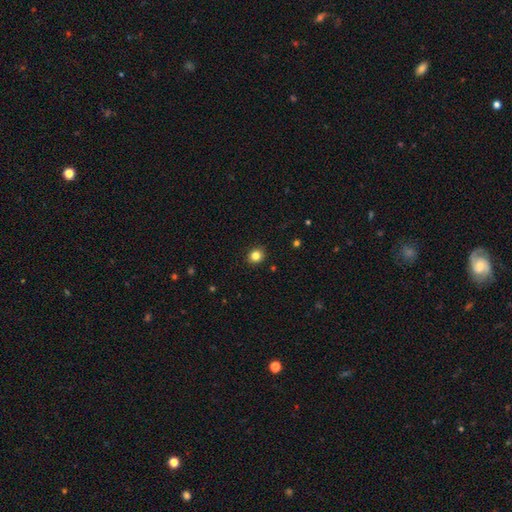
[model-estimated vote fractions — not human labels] Overall: smooth (82%). How rounded: round (83%). Merging: none (92%).